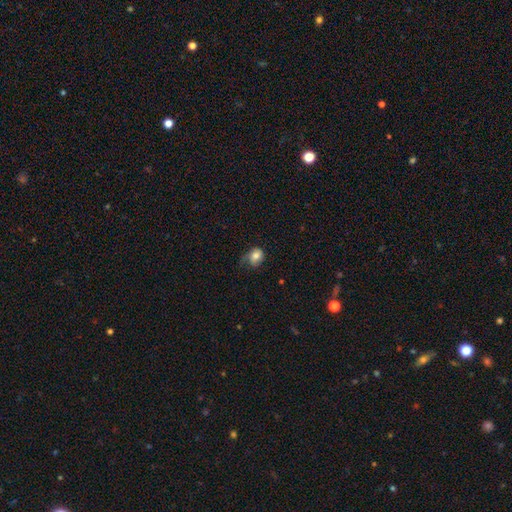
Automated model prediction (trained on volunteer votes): Smooth or featured? Predicted: smooth (p=0.75). How rounded? Predicted: round (p=0.57). Merging? Predicted: none (p=0.41).